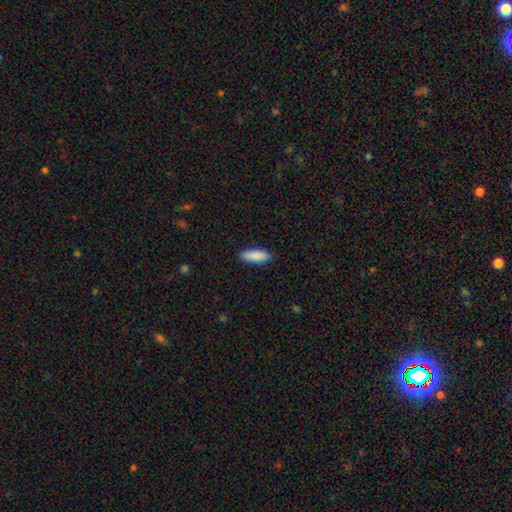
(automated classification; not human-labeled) Smooth or featured? smooth (89%)
How rounded? in between (56%)
Merging? none (89%)